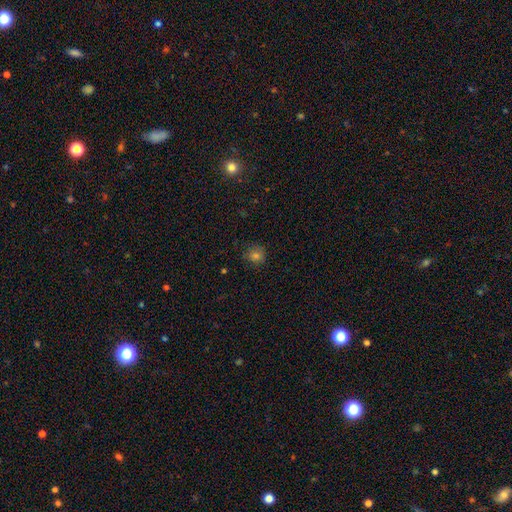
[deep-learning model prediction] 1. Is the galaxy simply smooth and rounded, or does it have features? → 75% smooth, 18% star or artifact, 7% featured or disk.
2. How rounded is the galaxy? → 90% round, 9% in between, 1% cigar-shaped.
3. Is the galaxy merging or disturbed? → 84% none, 12% minor disturbance, 3% major disturbance, 1% merger.